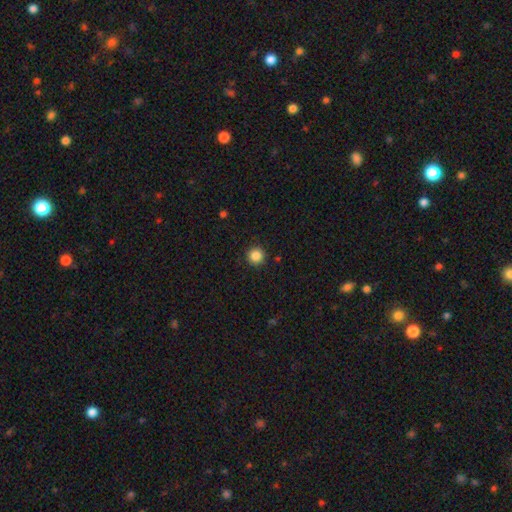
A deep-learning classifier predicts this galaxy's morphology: type=smooth (86%); roundness=round (96%); merging=none (92%).